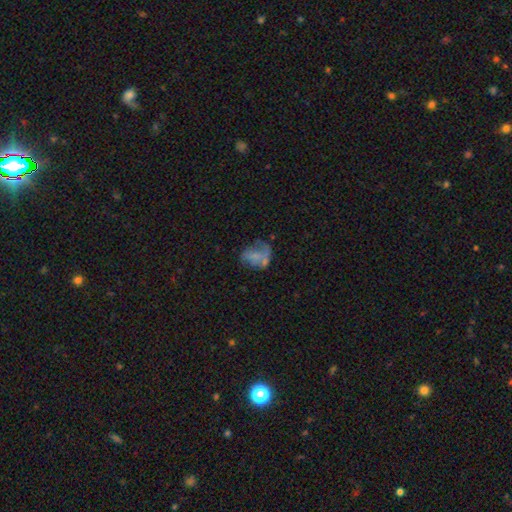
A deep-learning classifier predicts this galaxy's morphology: smooth-or-featured: featured or disk: 46% | smooth: 41% | star or artifact: 13%
  merging: major disturbance: 36% | none: 32% | minor disturbance: 23% | merger: 10%